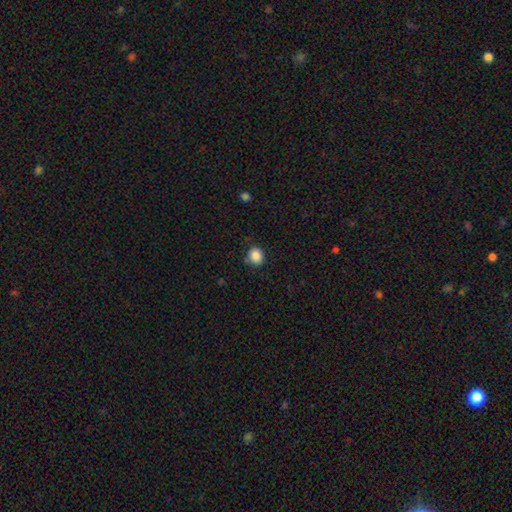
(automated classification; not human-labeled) Smooth or featured? smooth (87%)
How rounded? round (72%)
Merging? none (78%)